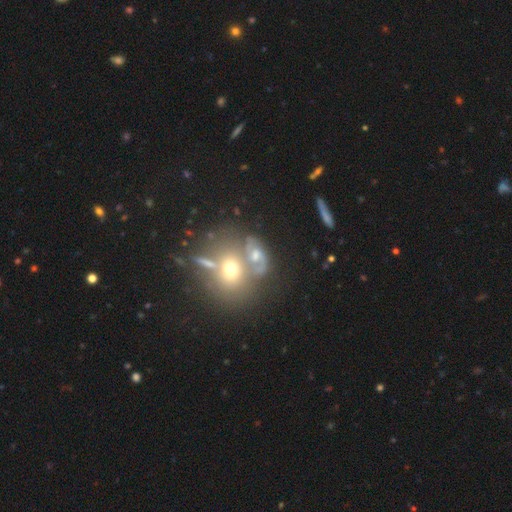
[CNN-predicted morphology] A featured or disk galaxy (44%). Merging: merger (44%).